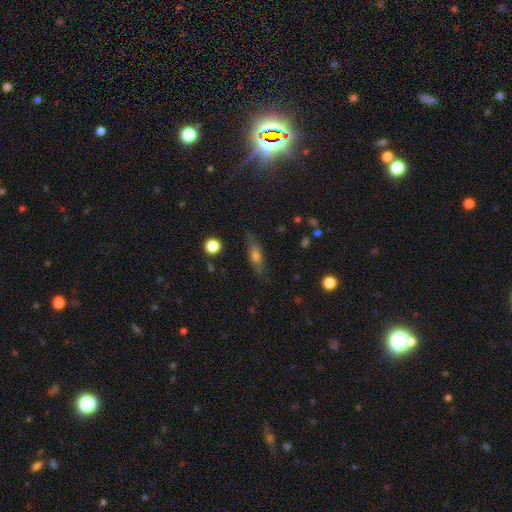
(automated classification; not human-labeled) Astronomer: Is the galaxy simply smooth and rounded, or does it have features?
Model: smooth — 58%.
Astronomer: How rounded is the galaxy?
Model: in between — 52% (runner-up: cigar-shaped, 43%).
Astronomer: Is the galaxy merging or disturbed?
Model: none — 77%.